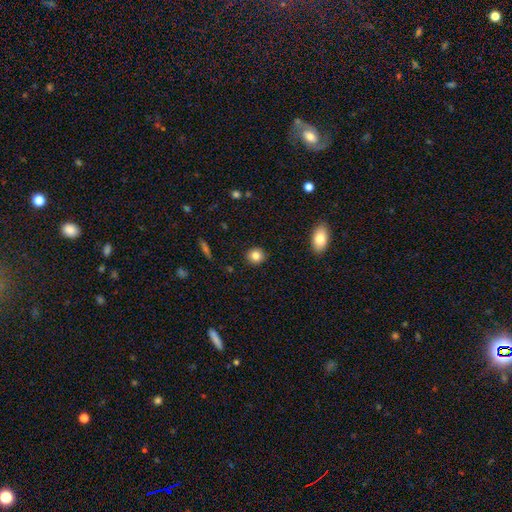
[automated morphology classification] Smooth or featured? smooth (82%)
How rounded? round (82%)
Merging? none (90%)